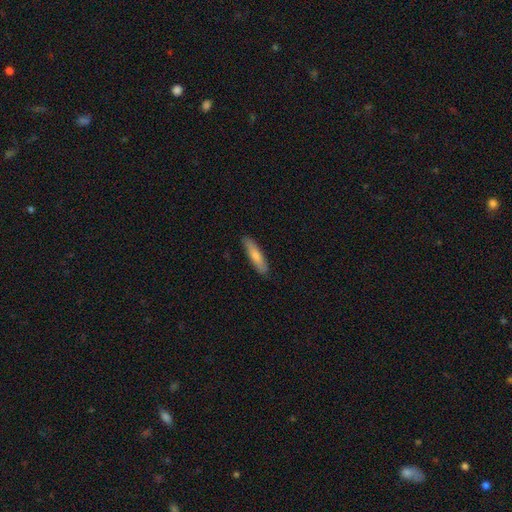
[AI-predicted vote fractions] This is likely a smooth galaxy (76%). How rounded: likely cigar-shaped (77%). Merging: clearly none (87%).